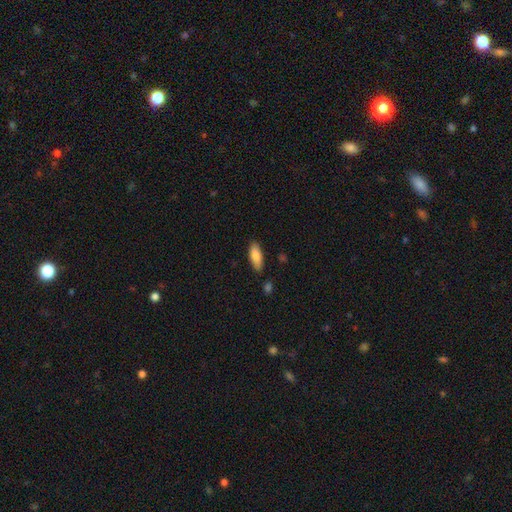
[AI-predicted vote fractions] Smooth or featured: smooth — 83% (featured or disk — 11%)
How rounded: in between — 76% (cigar-shaped — 23%)
Merging: none — 84% (minor disturbance — 12%)